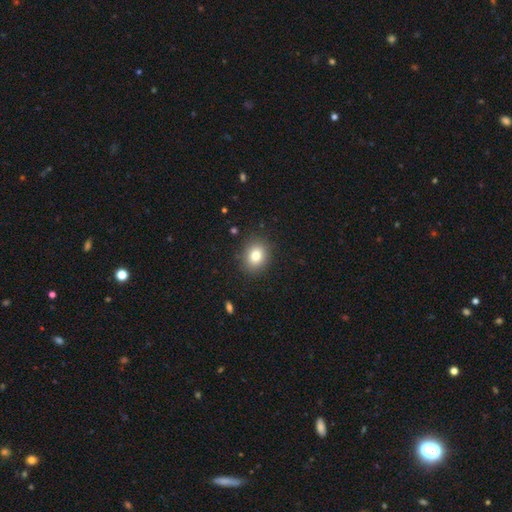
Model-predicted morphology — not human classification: The model was most divided on "how rounded": round: 59%, in between: 40%, cigar-shaped: 1%. More confident: merging — none (88%); smooth or featured — smooth (80%).